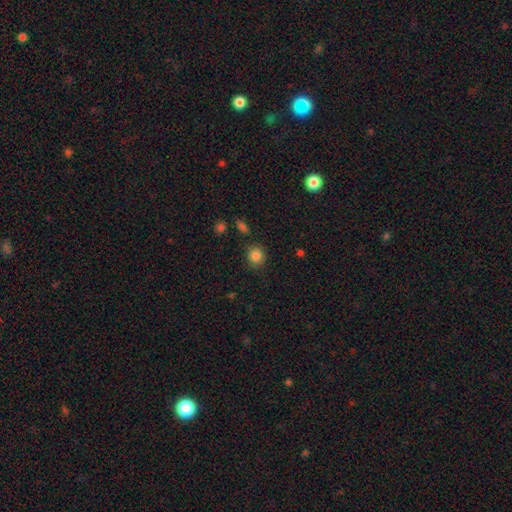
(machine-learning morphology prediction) This appears to be a smooth galaxy with no disk features (85%) that is round (85%). Merging: none (83%).